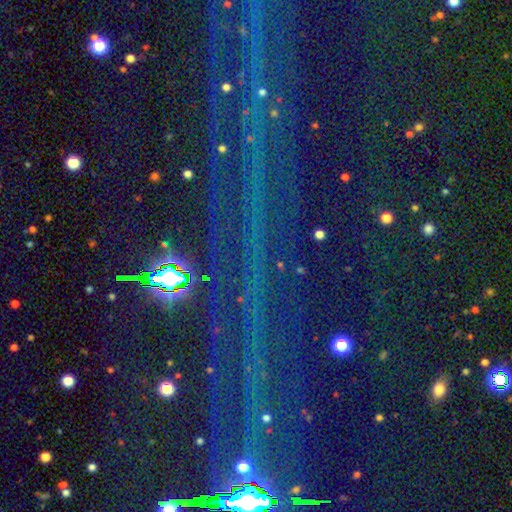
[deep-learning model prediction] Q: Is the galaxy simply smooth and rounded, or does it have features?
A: star or artifact — 86%.